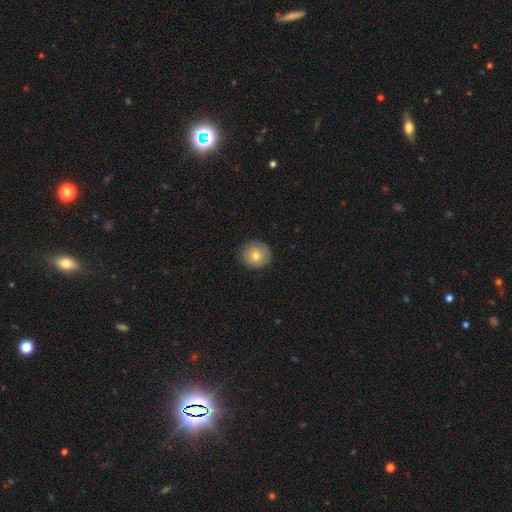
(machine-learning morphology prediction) This is likely a smooth galaxy (72%). How rounded: clearly round (87%). Merging: clearly none (83%).